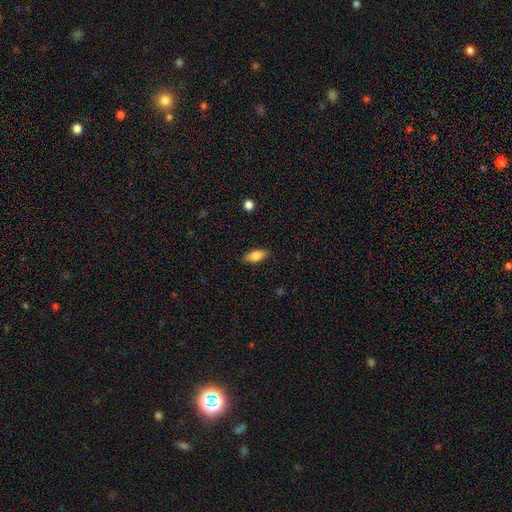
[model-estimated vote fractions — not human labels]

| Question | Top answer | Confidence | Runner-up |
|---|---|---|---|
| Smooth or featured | smooth | 79% | featured or disk (14%) |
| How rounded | in between | 81% | cigar-shaped (15%) |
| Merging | none | 86% | minor disturbance (10%) |